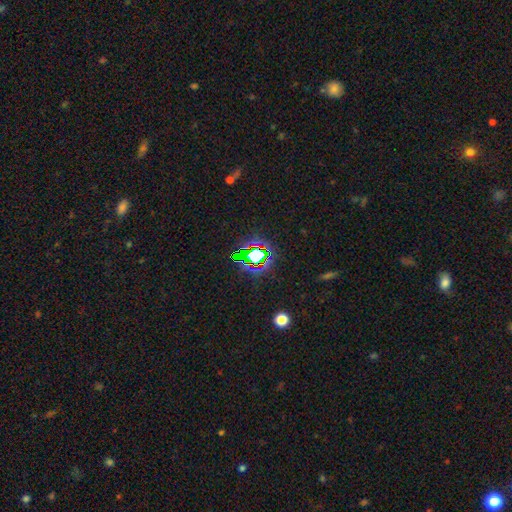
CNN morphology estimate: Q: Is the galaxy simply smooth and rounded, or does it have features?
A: star or artifact — 69%.